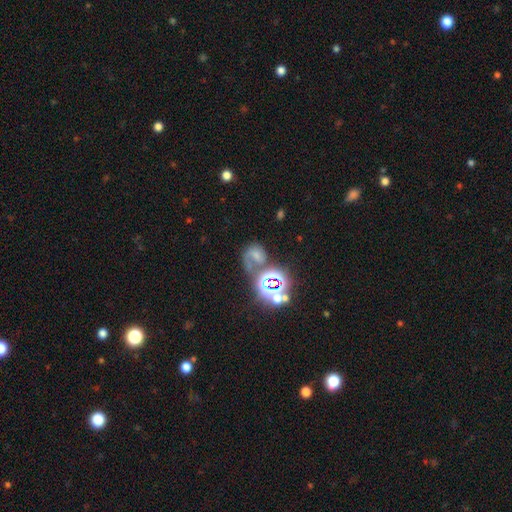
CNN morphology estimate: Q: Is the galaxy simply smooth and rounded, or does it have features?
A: smooth — 36%.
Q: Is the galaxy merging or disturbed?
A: none — 35%.